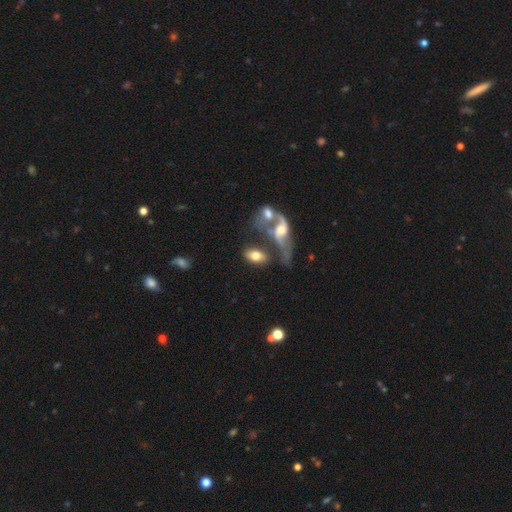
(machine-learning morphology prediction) Overall: smooth (67%). How rounded: in between (91%). Merging: none (40%; merger 34%).